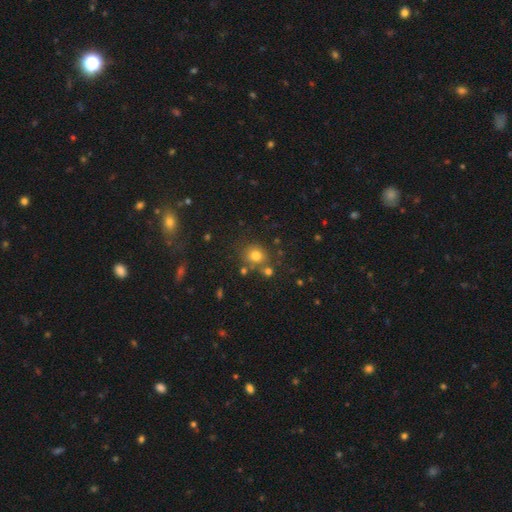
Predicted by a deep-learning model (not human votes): smooth_or_featured: smooth (p=0.76) [alt: star or artifact p=0.16]
how_rounded: round (p=0.80) [alt: in between p=0.19]
merging: none (p=0.71) [alt: merger p=0.14]